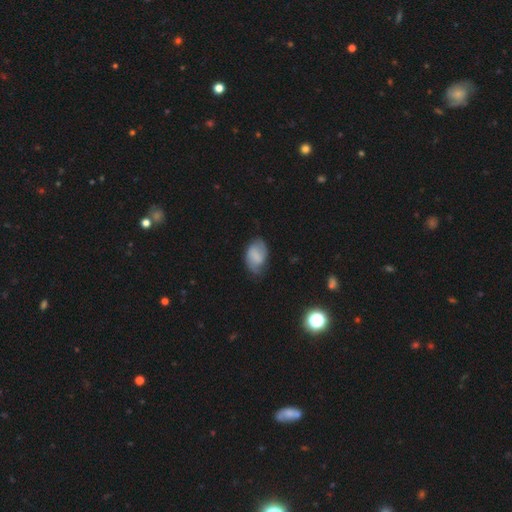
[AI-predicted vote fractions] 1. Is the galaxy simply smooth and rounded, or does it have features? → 57% smooth, 35% featured or disk, 8% star or artifact.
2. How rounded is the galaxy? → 86% in between, 12% round, 1% cigar-shaped.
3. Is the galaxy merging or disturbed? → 58% none, 31% minor disturbance, 10% major disturbance, 2% merger.